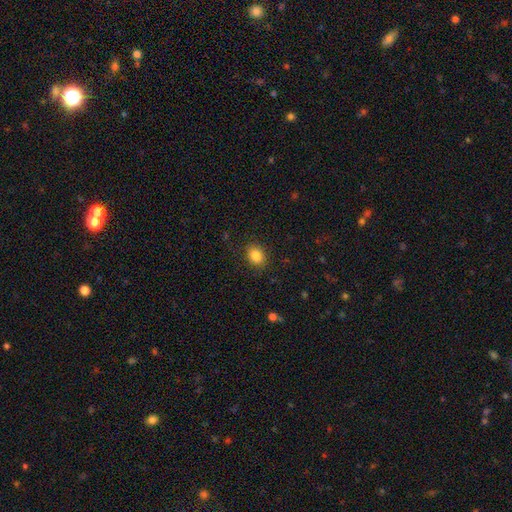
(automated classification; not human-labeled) This is clearly a smooth galaxy (85%). How rounded: possibly round (50%). Merging: clearly none (86%).